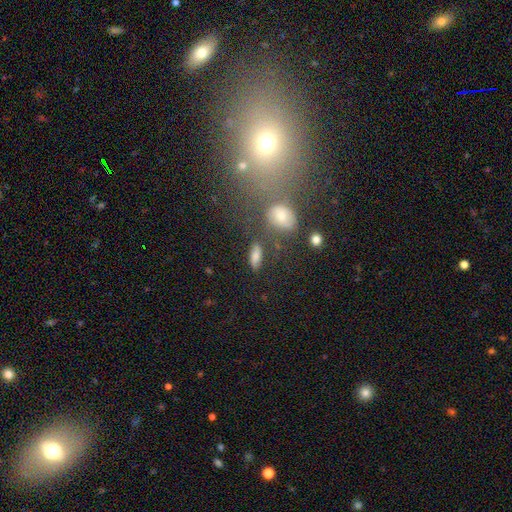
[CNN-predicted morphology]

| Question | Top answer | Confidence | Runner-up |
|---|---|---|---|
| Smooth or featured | smooth | 63% | featured or disk (20%) |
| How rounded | in between | 62% | cigar-shaped (28%) |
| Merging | none | 70% | minor disturbance (14%) |